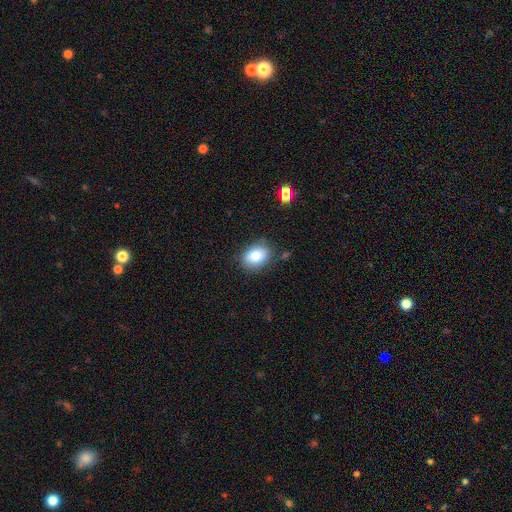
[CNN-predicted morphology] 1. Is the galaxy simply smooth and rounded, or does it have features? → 83% smooth, 9% featured or disk, 8% star or artifact.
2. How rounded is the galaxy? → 76% in between, 23% round, 1% cigar-shaped.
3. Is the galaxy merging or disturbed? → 81% none, 13% minor disturbance, 3% major disturbance, 2% merger.